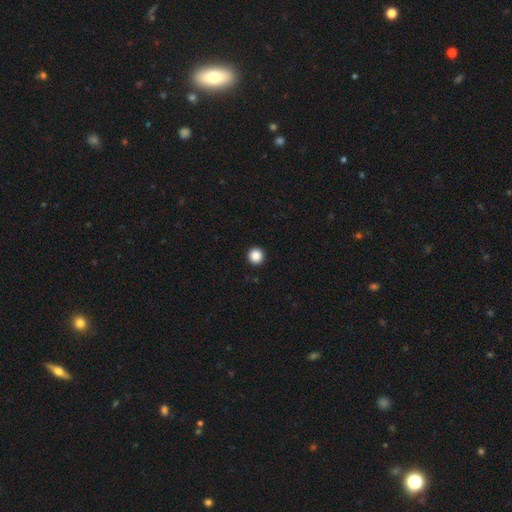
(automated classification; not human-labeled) Morphology: type=smooth (88%); roundness=round (96%); merging=none (94%).